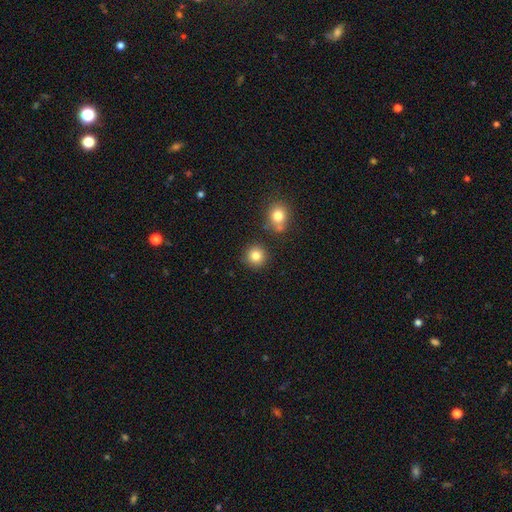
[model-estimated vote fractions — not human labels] Q: Smooth or featured?
A: smooth (84%); runner-up: star or artifact (11%)
Q: How rounded?
A: round (92%); runner-up: in between (7%)
Q: Merging?
A: none (86%); runner-up: minor disturbance (7%)